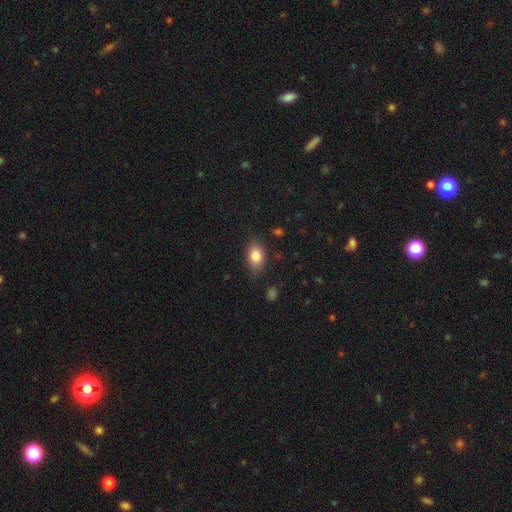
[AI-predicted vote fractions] A smooth galaxy with no disk features (83%) that is in between round and cigar-shaped (85%).

Vote fractions:
- Smooth or featured? smooth: 83% / featured or disk: 9% / star or artifact: 8%
- How rounded? in between: 85% / round: 13% / cigar-shaped: 3%
- Merging? none: 80% / minor disturbance: 15% / major disturbance: 3% / merger: 1%